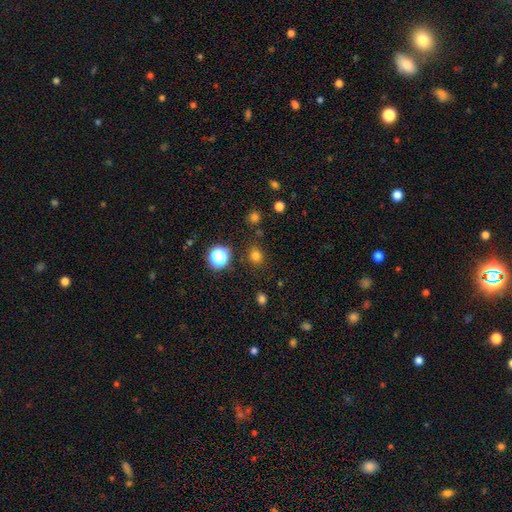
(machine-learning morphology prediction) A smooth galaxy with no disk features (75%) that is round (68%).

Vote fractions:
- Smooth or featured? smooth: 75% / star or artifact: 20% / featured or disk: 5%
- How rounded? round: 68% / in between: 31% / cigar-shaped: 1%
- Merging? none: 83% / minor disturbance: 10% / major disturbance: 3% / merger: 3%